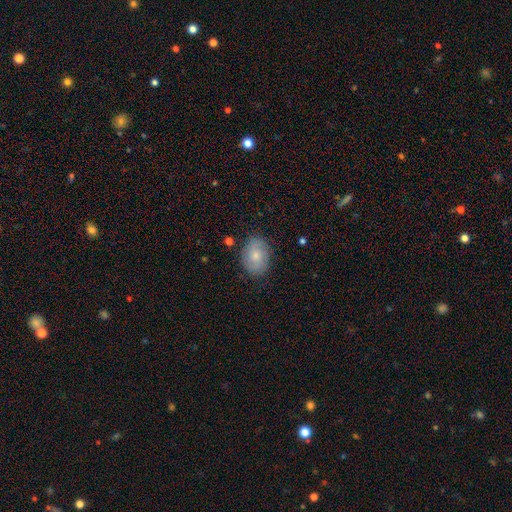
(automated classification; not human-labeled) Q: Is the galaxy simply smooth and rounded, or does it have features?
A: smooth — 67%.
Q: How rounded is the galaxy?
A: in between — 75%.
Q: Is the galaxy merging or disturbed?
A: none — 80%.